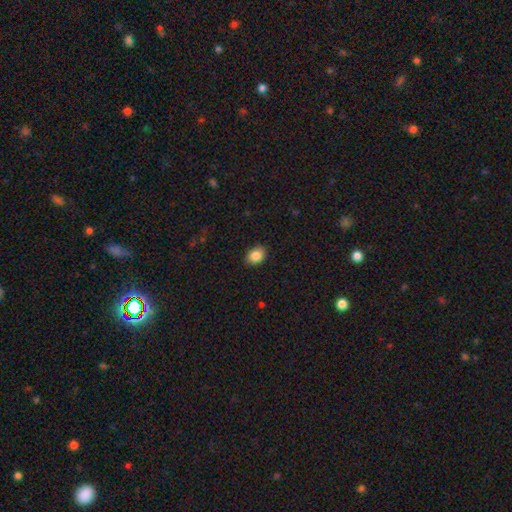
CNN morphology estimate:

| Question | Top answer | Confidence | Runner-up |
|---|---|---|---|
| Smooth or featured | smooth | 86% | star or artifact (8%) |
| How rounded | in between | 65% | round (34%) |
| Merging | none | 87% | minor disturbance (10%) |